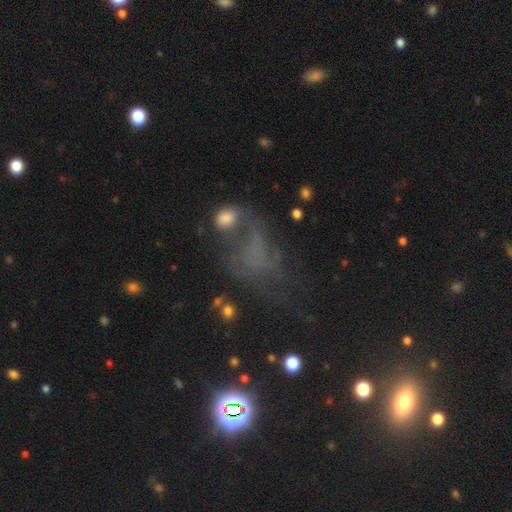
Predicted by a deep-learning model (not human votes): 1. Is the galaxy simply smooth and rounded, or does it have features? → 37% smooth, 32% star or artifact, 31% featured or disk.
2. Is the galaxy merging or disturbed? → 38% major disturbance, 31% none, 18% minor disturbance, 14% merger.